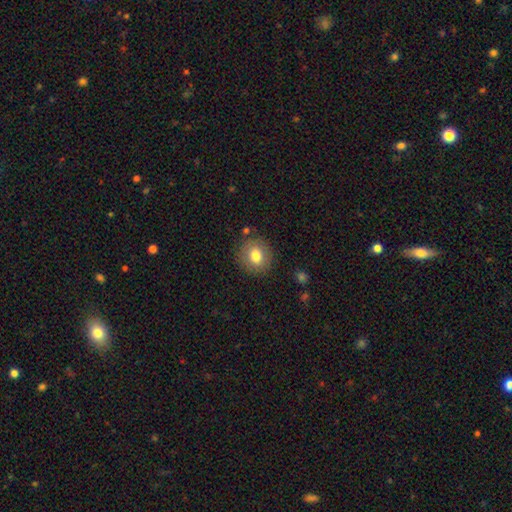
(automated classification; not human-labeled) Q: Smooth or featured?
A: smooth (78%); runner-up: featured or disk (13%)
Q: How rounded?
A: round (82%); runner-up: in between (17%)
Q: Merging?
A: none (86%); runner-up: minor disturbance (9%)